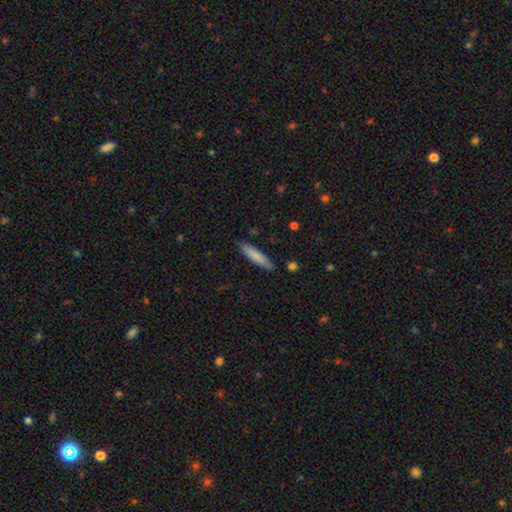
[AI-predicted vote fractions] Smooth or featured: smooth — 80% (featured or disk — 14%)
How rounded: cigar-shaped — 82% (in between — 16%)
Merging: none — 85% (minor disturbance — 11%)